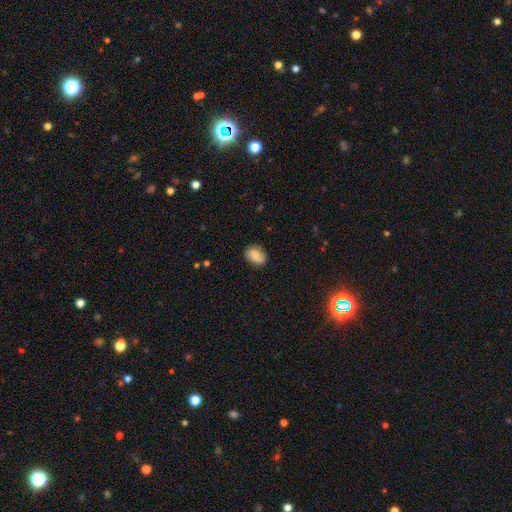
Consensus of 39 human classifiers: This is clearly a smooth galaxy (87%). How rounded: likely in between (74%). Merging: likely none (76%).